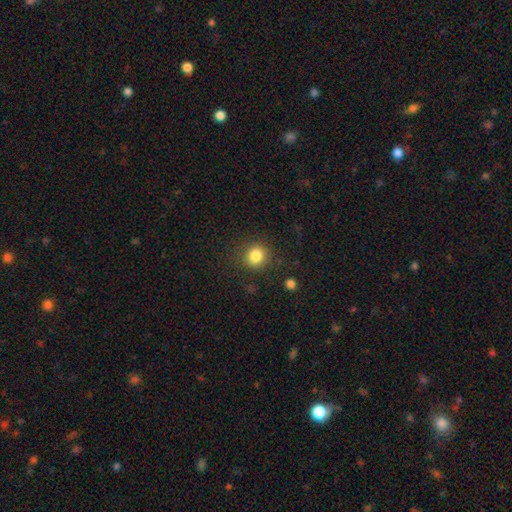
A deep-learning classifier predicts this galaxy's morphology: Overall: smooth (83%). How rounded: round (88%). Merging: none (87%).